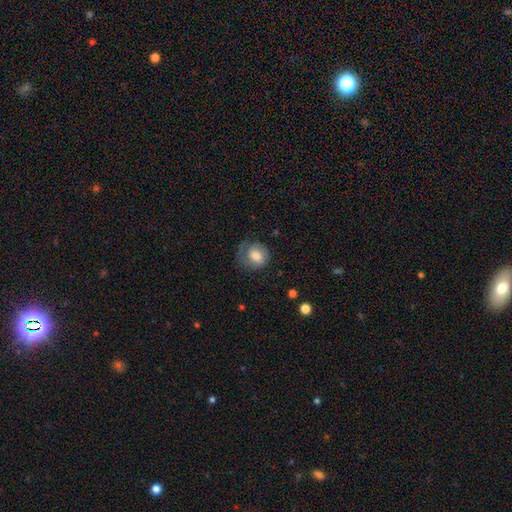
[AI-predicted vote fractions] Smooth or featured? Predicted: smooth (p=0.67). How rounded? Predicted: round (p=0.71). Merging? Predicted: none (p=0.52).